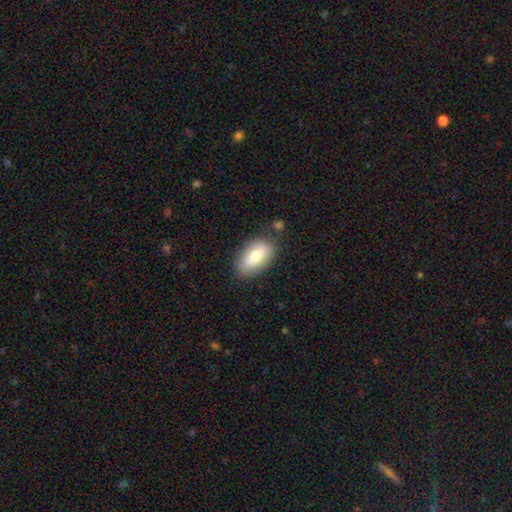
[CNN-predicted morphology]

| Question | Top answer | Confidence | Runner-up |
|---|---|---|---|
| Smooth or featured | smooth | 71% | featured or disk (22%) |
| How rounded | in between | 90% | cigar-shaped (6%) |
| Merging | none | 80% | minor disturbance (14%) |